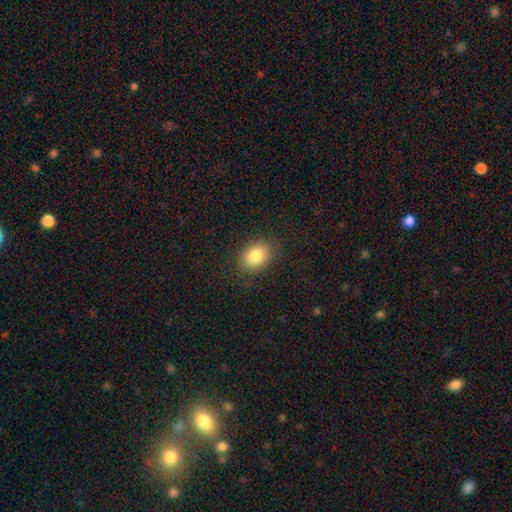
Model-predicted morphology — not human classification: A smooth galaxy with no disk features (83%) that is in between round and cigar-shaped (70%). Merging: none (85%).